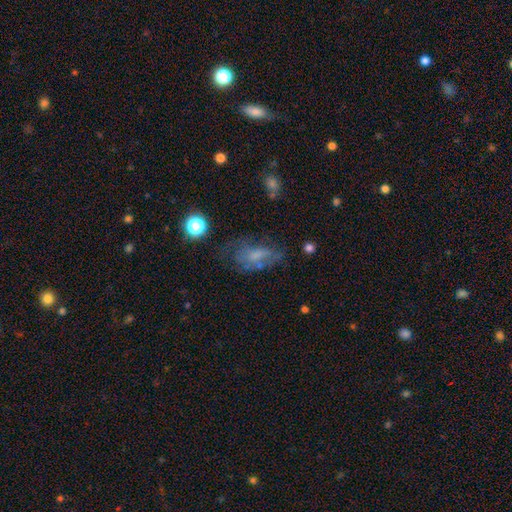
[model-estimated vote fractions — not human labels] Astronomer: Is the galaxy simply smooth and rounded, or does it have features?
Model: smooth — 45% (runner-up: featured or disk, 39%).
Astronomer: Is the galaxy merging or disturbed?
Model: none — 42% (runner-up: major disturbance, 28%).